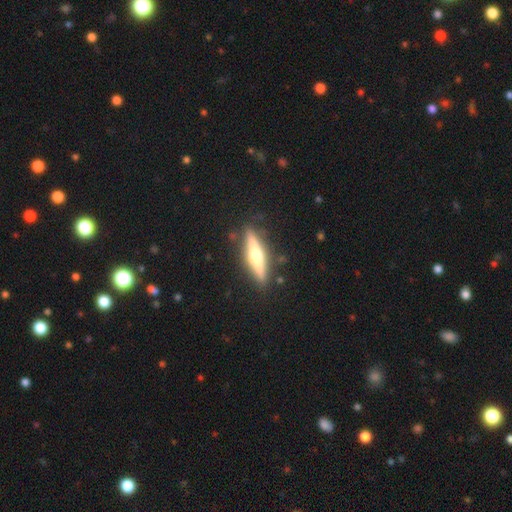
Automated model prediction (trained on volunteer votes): Morphology: type=featured or disk (65%); edge-on=yes (96%); edge-on bulge=rounded (89%); merging=none (86%).